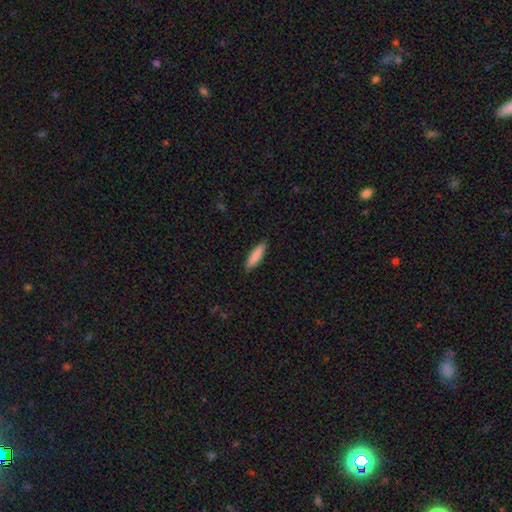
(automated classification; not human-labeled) A smooth galaxy with no disk features (86%) that is cigar-shaped (75%). Merging: none (90%).